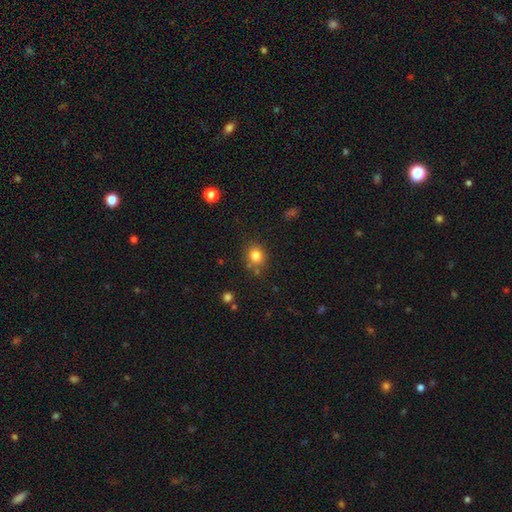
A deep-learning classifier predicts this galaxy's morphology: smooth-or-featured: smooth: 82% | star or artifact: 12% | featured or disk: 6%
  how-rounded: round: 75% | in between: 24% | cigar-shaped: 1%
  merging: none: 78% | minor disturbance: 13% | merger: 6% | major disturbance: 4%